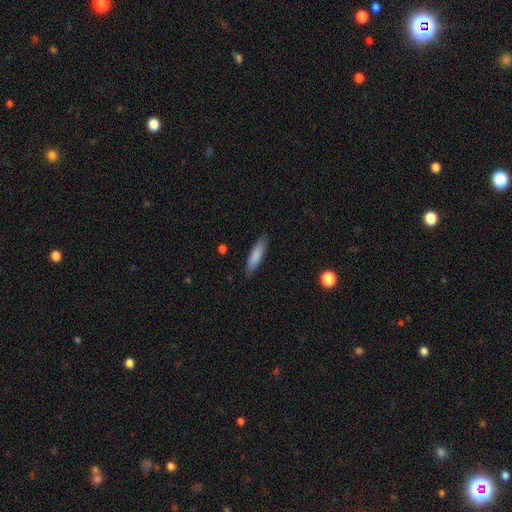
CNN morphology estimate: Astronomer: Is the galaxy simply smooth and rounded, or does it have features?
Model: smooth — 84%.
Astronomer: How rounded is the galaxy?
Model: cigar-shaped — 71%.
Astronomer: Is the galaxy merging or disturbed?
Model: none — 86%.